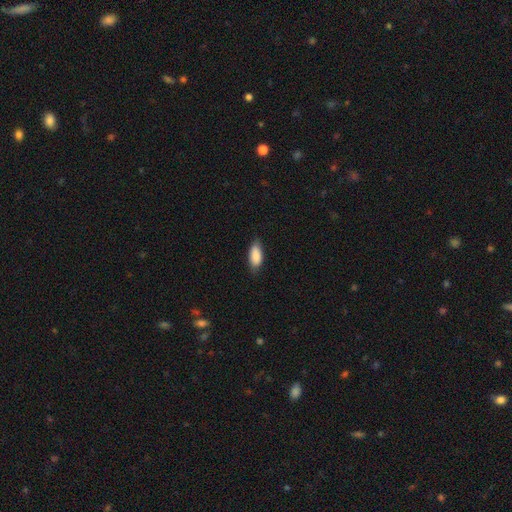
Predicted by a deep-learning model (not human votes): This is clearly a smooth galaxy (88%). How rounded: clearly in between (85%). Merging: likely none (79%).